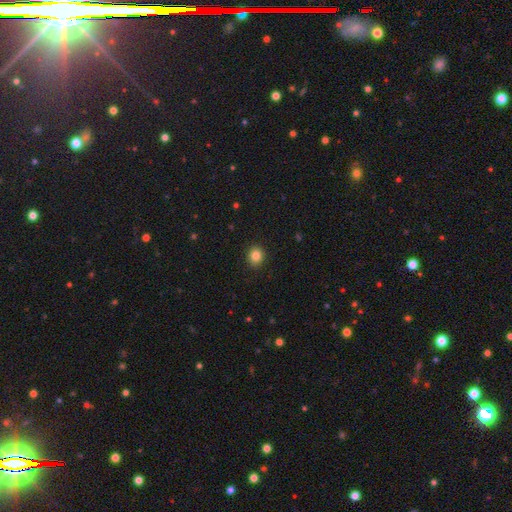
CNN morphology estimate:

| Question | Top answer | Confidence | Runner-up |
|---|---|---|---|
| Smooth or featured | smooth | 84% | star or artifact (11%) |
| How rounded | round | 78% | in between (21%) |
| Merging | none | 91% | minor disturbance (7%) |